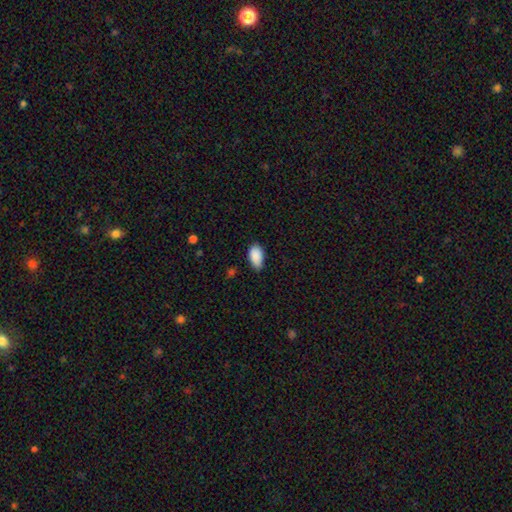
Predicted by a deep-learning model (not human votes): A smooth galaxy with no disk features (89%) that is in between round and cigar-shaped (94%).

Vote fractions:
- Smooth or featured? smooth: 89% / star or artifact: 7% / featured or disk: 4%
- How rounded? in between: 94% / round: 4% / cigar-shaped: 2%
- Merging? none: 72% / minor disturbance: 24% / major disturbance: 3% / merger: 1%